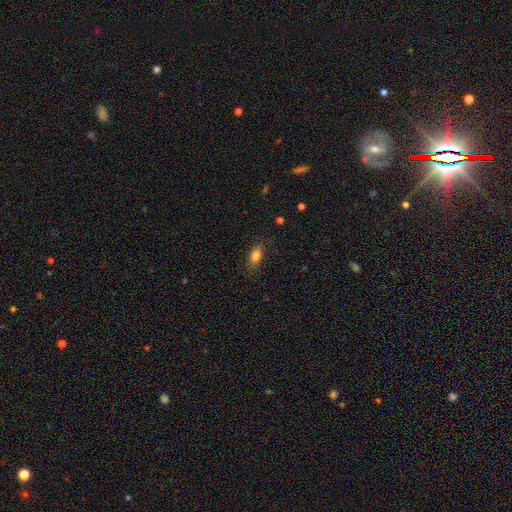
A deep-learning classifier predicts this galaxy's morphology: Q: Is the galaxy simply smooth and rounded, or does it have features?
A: smooth — 82%.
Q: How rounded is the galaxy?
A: in between — 84%.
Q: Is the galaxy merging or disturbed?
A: none — 81%.